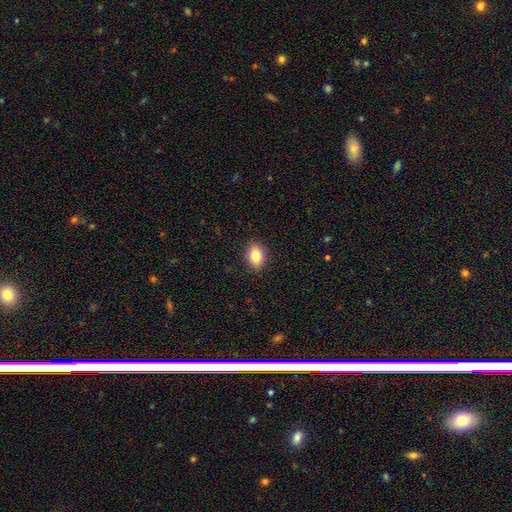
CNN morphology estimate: The model was most divided on "how rounded": in between: 74%, round: 24%, cigar-shaped: 1%. More confident: merging — none (89%); smooth or featured — smooth (83%).